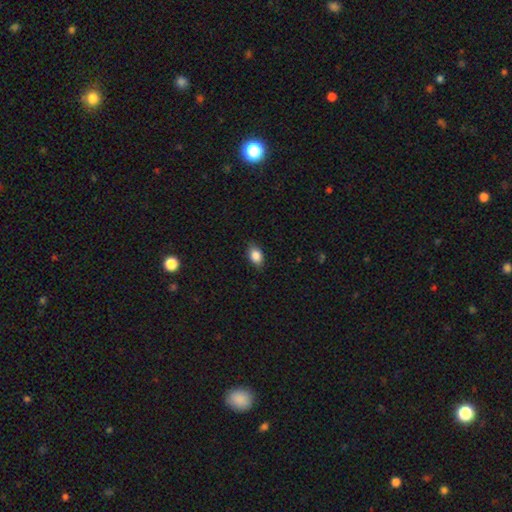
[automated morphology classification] Smooth or featured? smooth (85%)
How rounded? in between (83%)
Merging? none (84%)